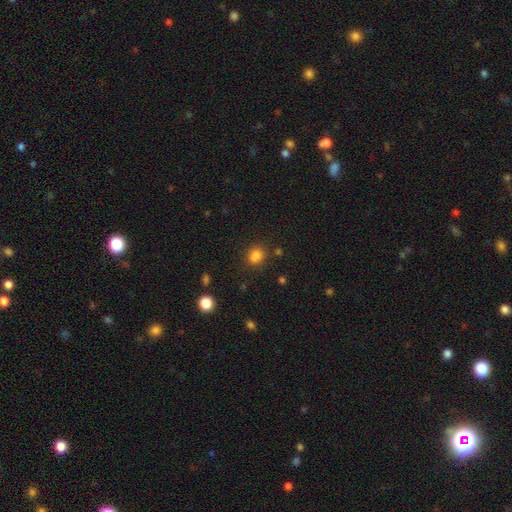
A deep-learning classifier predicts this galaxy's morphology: A smooth galaxy with no disk features (80%) that is round (61%). Merging: none (70%).